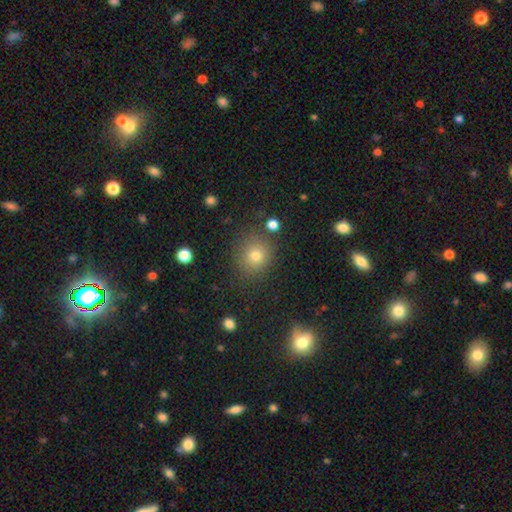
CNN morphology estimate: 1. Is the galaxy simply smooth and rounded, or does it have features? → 74% smooth, 17% star or artifact, 9% featured or disk.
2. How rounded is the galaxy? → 83% round, 16% in between, 1% cigar-shaped.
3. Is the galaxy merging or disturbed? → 84% none, 9% minor disturbance, 4% major disturbance, 3% merger.